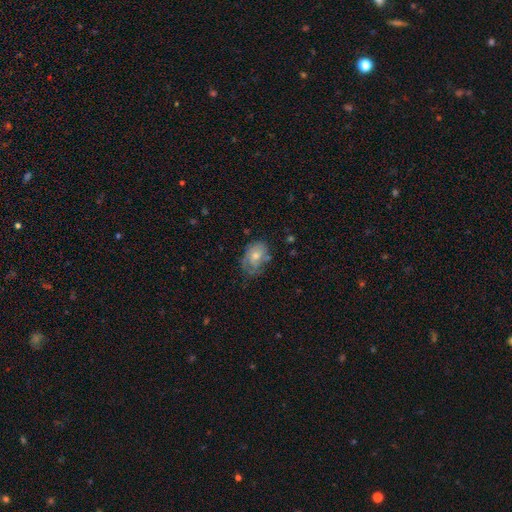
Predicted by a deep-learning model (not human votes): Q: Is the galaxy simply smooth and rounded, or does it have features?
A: smooth — 46%, tied with featured or disk.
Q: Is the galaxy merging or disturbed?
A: none — 51%.